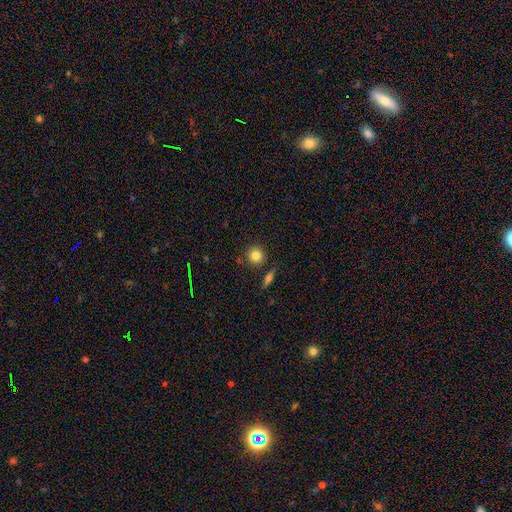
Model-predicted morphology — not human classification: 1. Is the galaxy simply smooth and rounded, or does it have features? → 82% smooth, 10% star or artifact, 8% featured or disk.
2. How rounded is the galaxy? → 90% round, 9% in between, 1% cigar-shaped.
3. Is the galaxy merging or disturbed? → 82% none, 9% minor disturbance, 6% merger, 3% major disturbance.